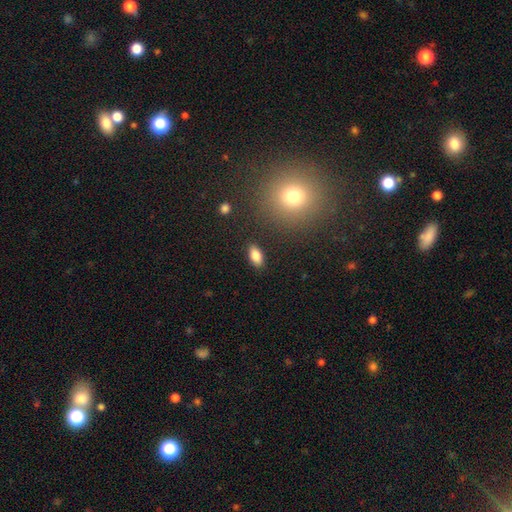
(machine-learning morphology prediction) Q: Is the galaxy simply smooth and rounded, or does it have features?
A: smooth — 83%.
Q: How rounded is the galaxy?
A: in between — 89%.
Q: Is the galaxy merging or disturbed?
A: none — 88%.